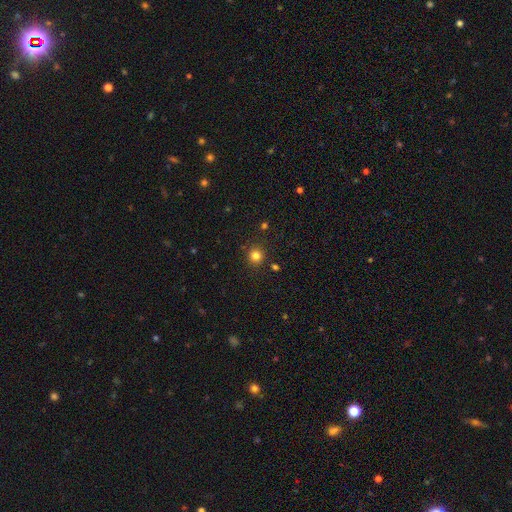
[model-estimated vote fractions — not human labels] smooth-or-featured: smooth: 81% | star or artifact: 15% | featured or disk: 5%
  how-rounded: round: 92% | in between: 7% | cigar-shaped: 1%
  merging: none: 88% | minor disturbance: 7% | merger: 3% | major disturbance: 2%